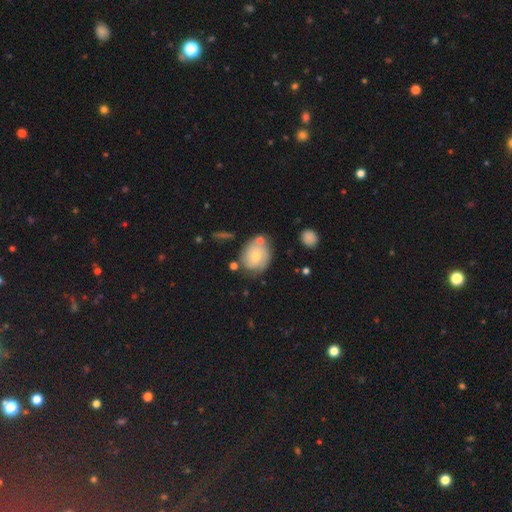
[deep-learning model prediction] featured or disk 51%, smooth 42%, star or artifact 7%. Down the decision tree: edge-on disk — no (96%); merging — none (60%).